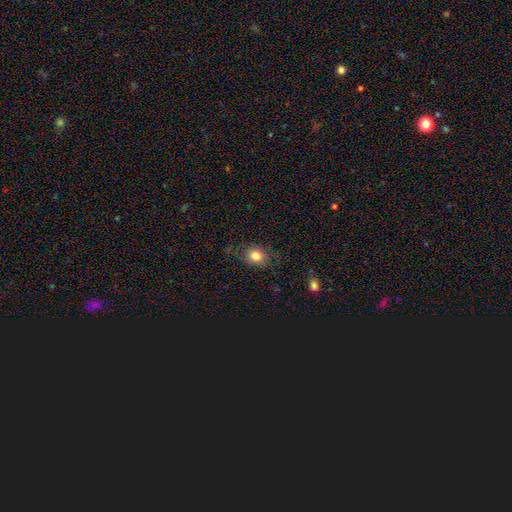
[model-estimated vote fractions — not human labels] This is clearly a smooth galaxy (81%). How rounded: possibly round (60%). Merging: likely none (79%).